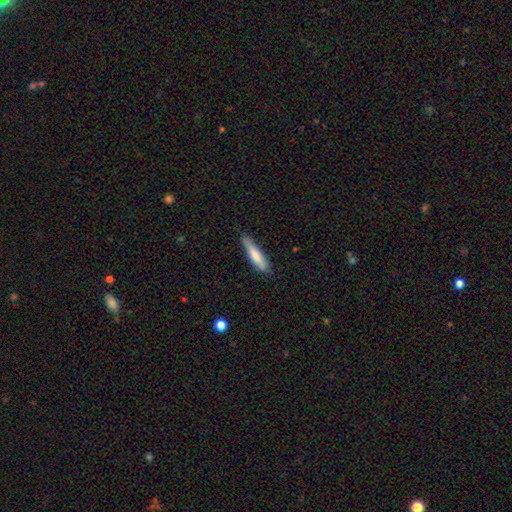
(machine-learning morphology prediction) smooth_or_featured: smooth (p=0.77) [alt: featured or disk p=0.18]
how_rounded: cigar-shaped (p=0.77) [alt: in between p=0.21]
merging: none (p=0.67) [alt: minor disturbance p=0.27]